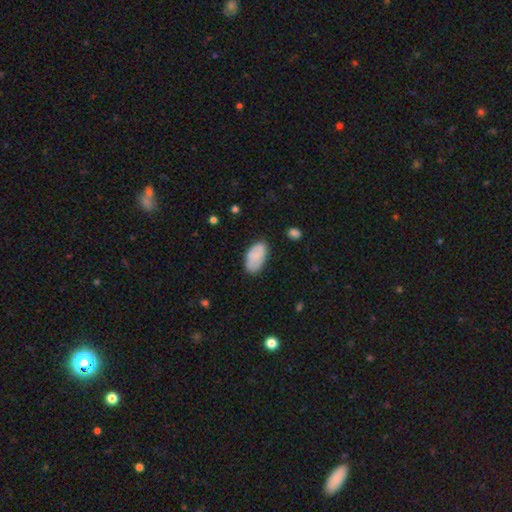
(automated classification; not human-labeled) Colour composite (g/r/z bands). It shows a smooth galaxy with no disk features (81%) that is in between round and cigar-shaped (95%). Merging: none (73%).